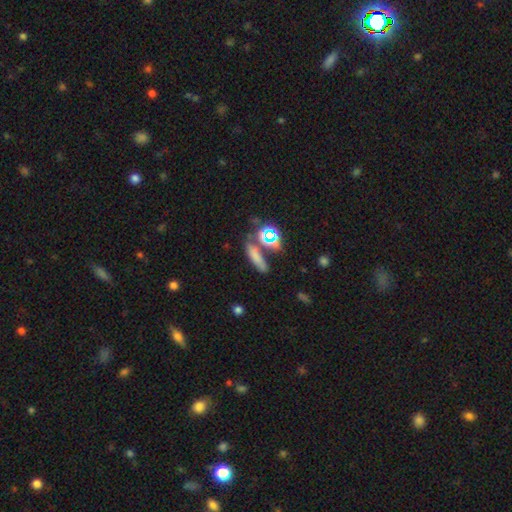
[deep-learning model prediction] smooth 67%, star or artifact 21%, featured or disk 12%. Down the decision tree: how rounded — cigar-shaped (58%); merging — none (64%).